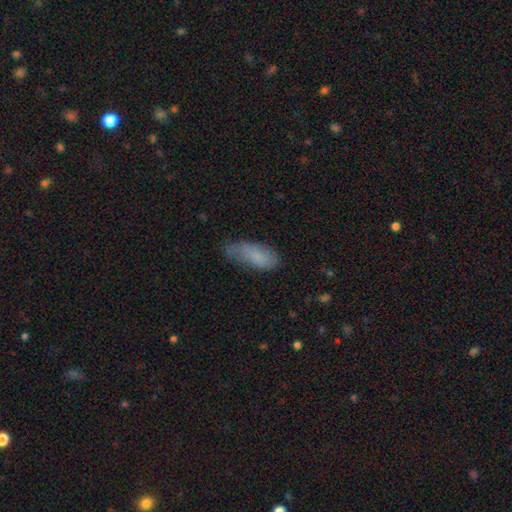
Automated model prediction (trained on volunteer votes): This is likely a smooth galaxy (77%). How rounded: likely in between (78%). Merging: possibly none (56%).